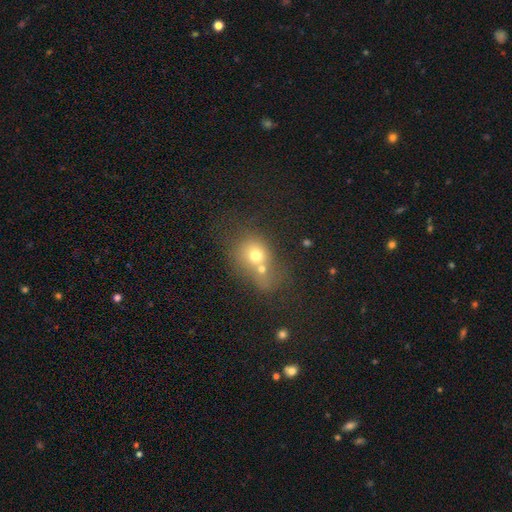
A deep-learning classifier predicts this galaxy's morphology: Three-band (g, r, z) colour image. It shows a smooth galaxy with no disk features (65%) that is round (69%). Merging: merger (61%).